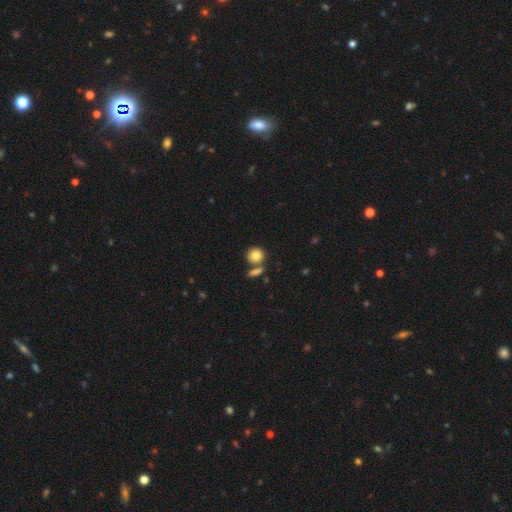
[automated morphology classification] Smooth or featured? Predicted: smooth (p=0.81). How rounded? Predicted: round (p=0.85). Merging? Predicted: none (p=0.65).